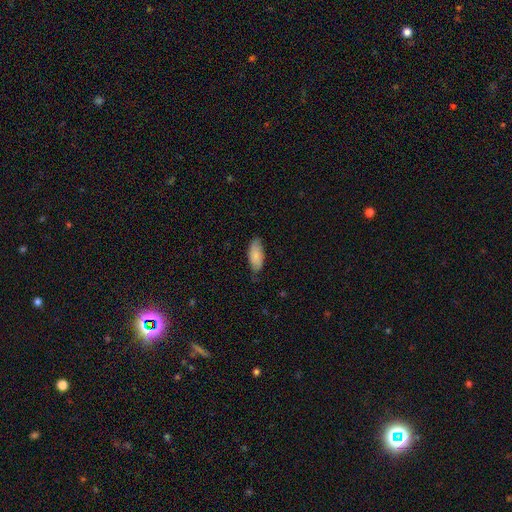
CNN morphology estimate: smooth 81%, featured or disk 13%, star or artifact 6%. Down the decision tree: how rounded — in between (88%); merging — none (70%).